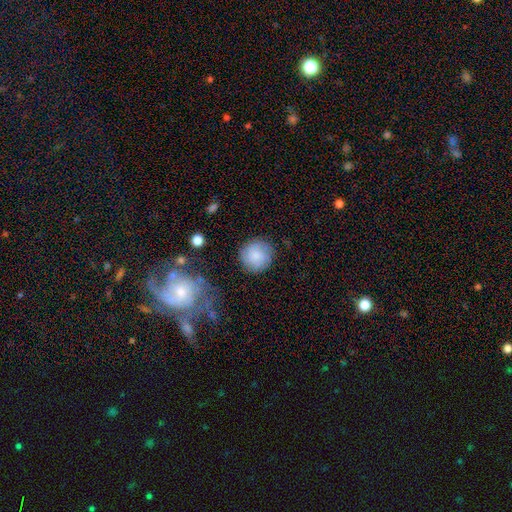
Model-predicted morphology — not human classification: smooth_or_featured: smooth (p=0.77) [alt: featured or disk p=0.15]
how_rounded: round (p=0.92) [alt: in between p=0.07]
merging: none (p=0.82) [alt: minor disturbance p=0.12]